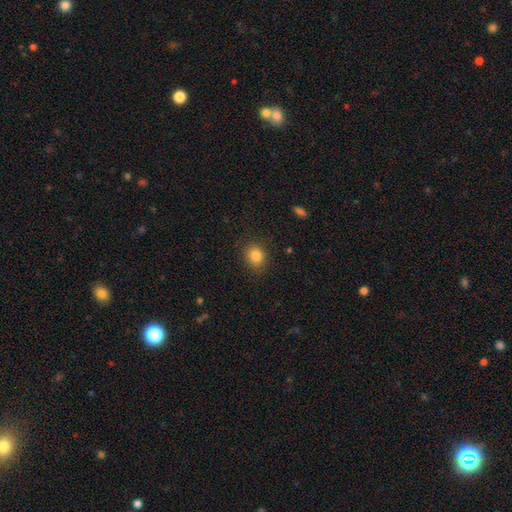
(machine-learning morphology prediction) Smooth or featured? smooth (84%)
How rounded? round (68%)
Merging? none (86%)